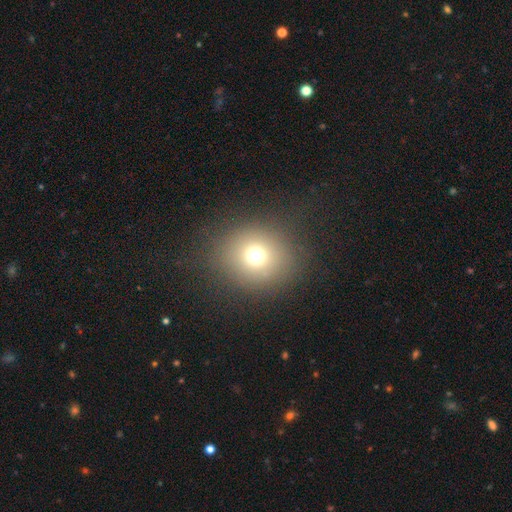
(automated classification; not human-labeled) This is likely a smooth galaxy (70%). How rounded: clearly round (83%). Merging: clearly none (84%).